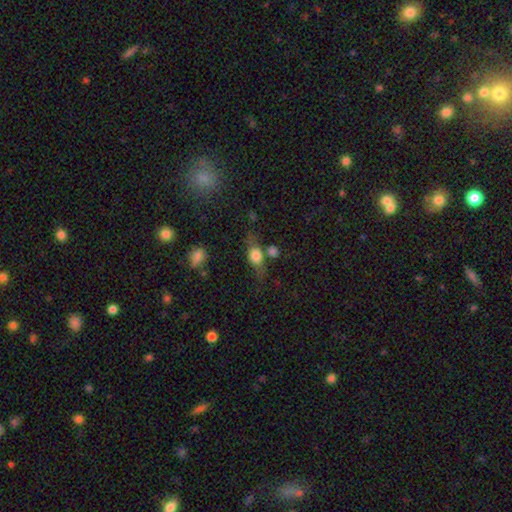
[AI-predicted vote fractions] This appears to be a smooth galaxy with no disk features (67%) that is in between round and cigar-shaped (56%). Merging: none (57%).